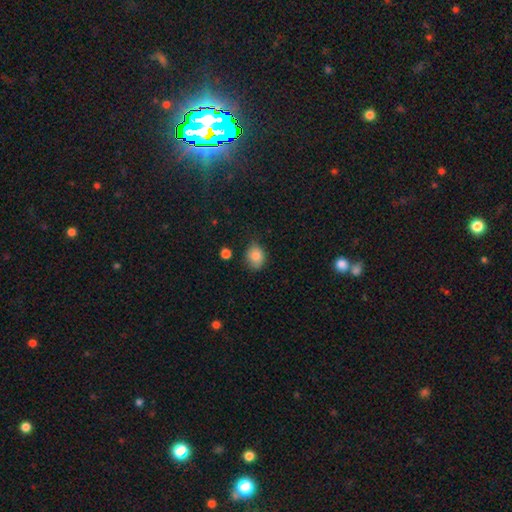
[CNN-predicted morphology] type=smooth (86%); roundness=round (50%); merging=none (70%).